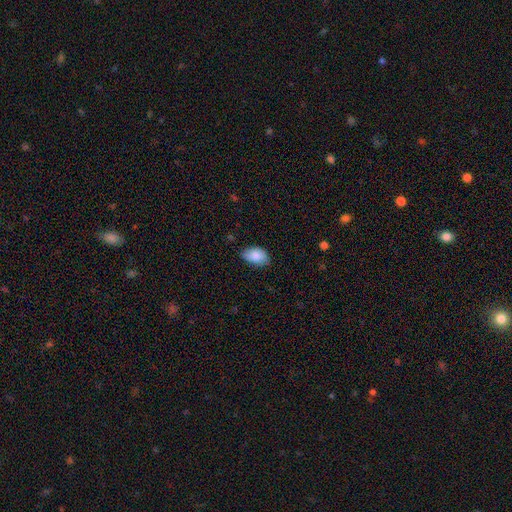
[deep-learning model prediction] A smooth galaxy with no disk features (85%) that is in between round and cigar-shaped (90%). Merging: none (69%).